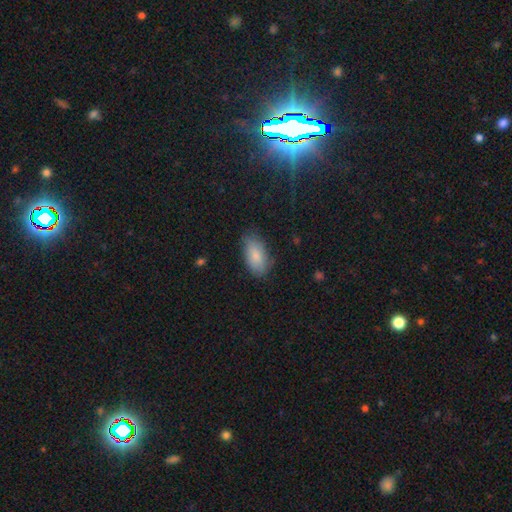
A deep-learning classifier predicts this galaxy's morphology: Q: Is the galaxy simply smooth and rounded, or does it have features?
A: smooth — 84%.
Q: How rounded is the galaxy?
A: in between — 93%.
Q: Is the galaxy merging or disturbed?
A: none — 74%.